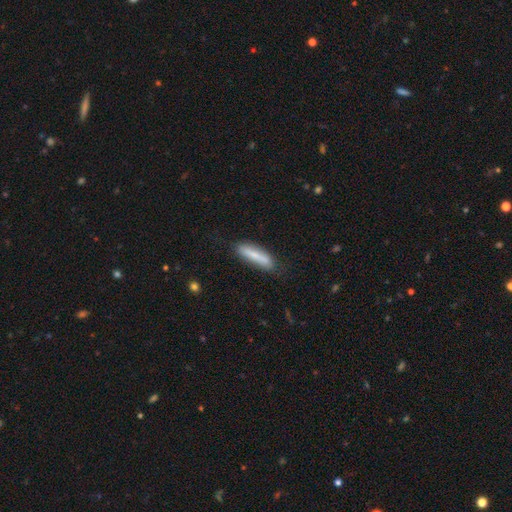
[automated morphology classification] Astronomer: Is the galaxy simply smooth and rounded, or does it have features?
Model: smooth — 74%.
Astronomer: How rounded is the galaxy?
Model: cigar-shaped — 79%.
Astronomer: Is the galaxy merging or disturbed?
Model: none — 77%.